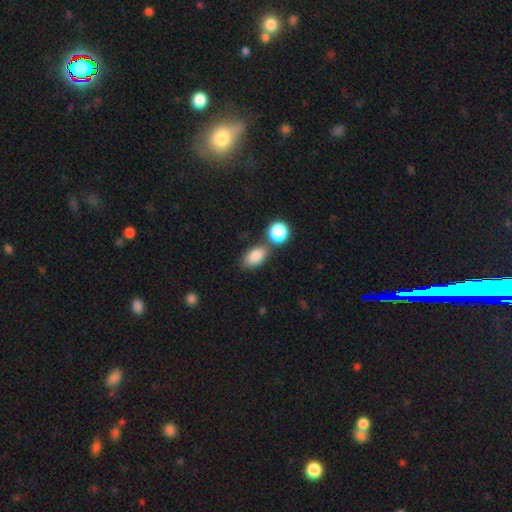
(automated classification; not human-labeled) Smooth or featured: smooth — 85% (star or artifact — 8%)
How rounded: in between — 89% (round — 9%)
Merging: none — 62% (merger — 22%)